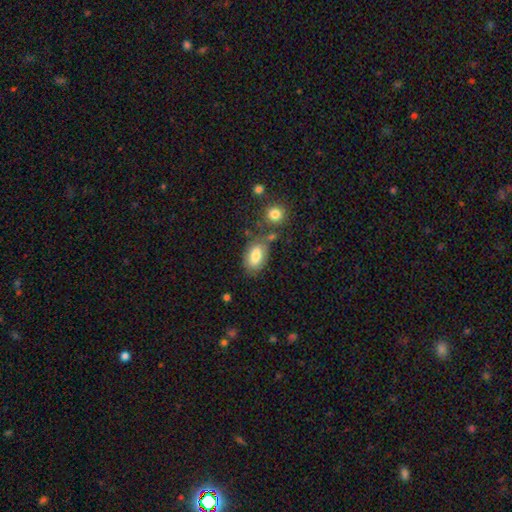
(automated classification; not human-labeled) This appears to be a smooth galaxy with no disk features (81%) that is in between round and cigar-shaped (91%). Merging: none (62%).